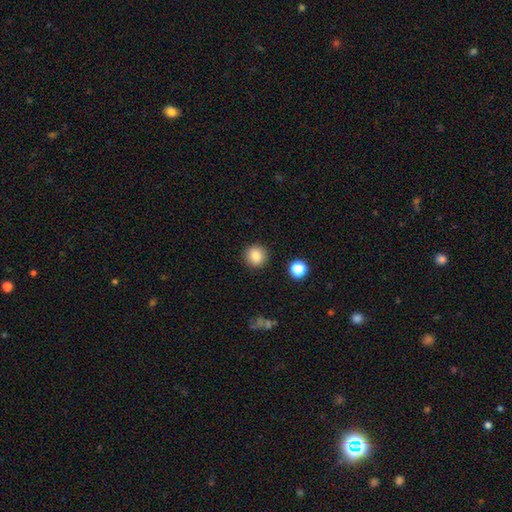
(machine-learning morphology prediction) smooth 85%, star or artifact 10%, featured or disk 5%. Down the decision tree: how rounded — round (94%); merging — none (91%).